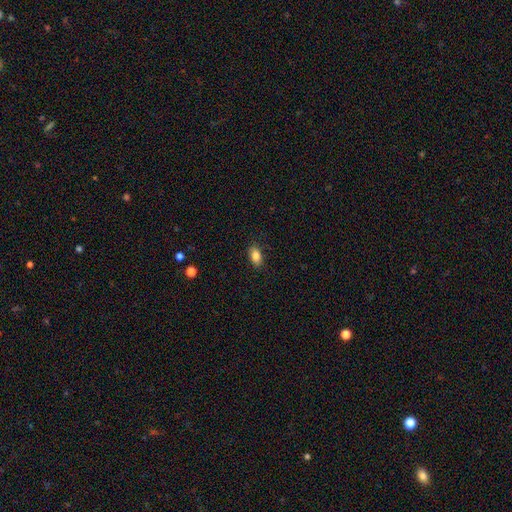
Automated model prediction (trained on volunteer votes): A smooth galaxy with no disk features (85%) that is in between round and cigar-shaped (89%).

Vote fractions:
- Smooth or featured? smooth: 85% / star or artifact: 8% / featured or disk: 7%
- How rounded? in between: 89% / round: 7% / cigar-shaped: 3%
- Merging? none: 87% / minor disturbance: 10% / major disturbance: 2% / merger: 1%